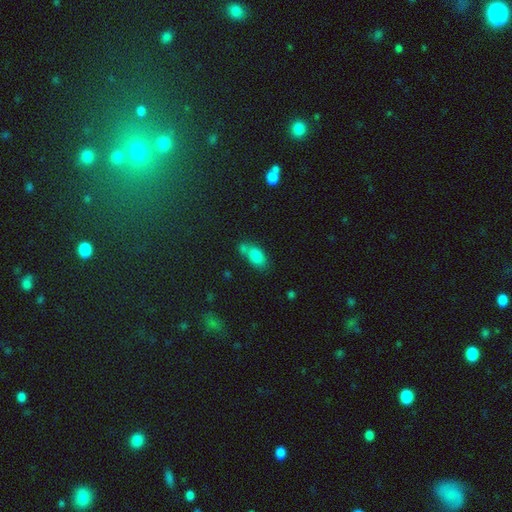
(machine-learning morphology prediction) smooth 81%, star or artifact 10%, featured or disk 9%. Down the decision tree: how rounded — in between (87%); merging — none (45%).